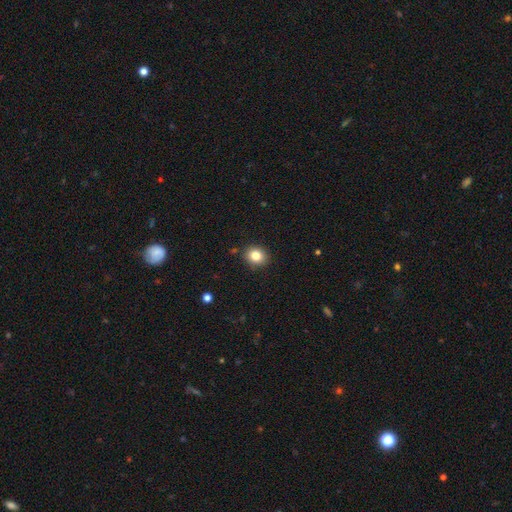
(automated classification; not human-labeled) Smooth or featured? Predicted: smooth (p=0.82). How rounded? Predicted: round (p=0.70). Merging? Predicted: none (p=0.89).